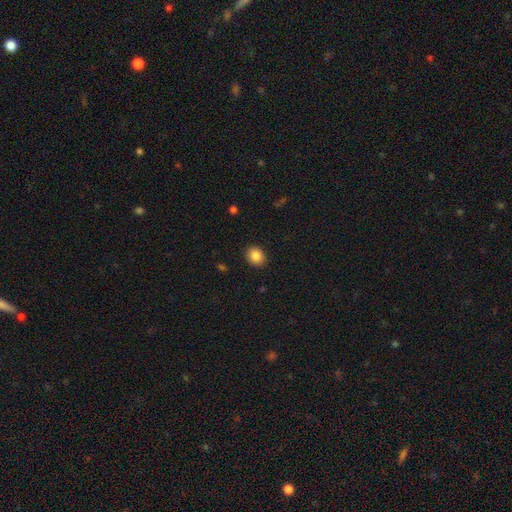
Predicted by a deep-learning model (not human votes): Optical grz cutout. It shows a smooth galaxy with no disk features (85%) that is round (54%). Merging: none (90%).